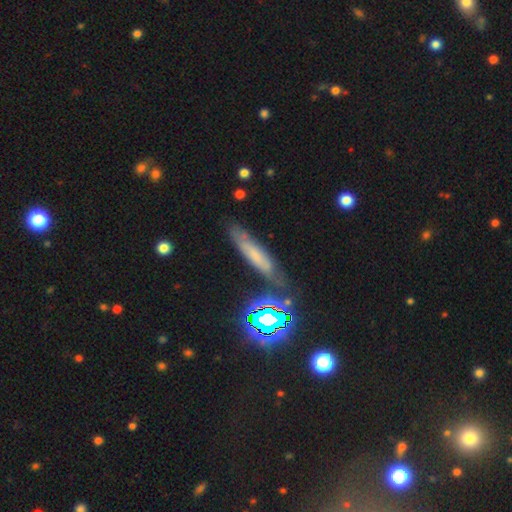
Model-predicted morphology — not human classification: This appears to be a smooth galaxy with no disk features (47%). Merging: none (71%).